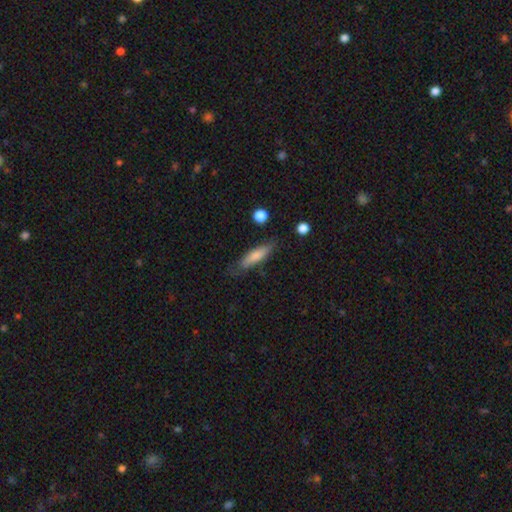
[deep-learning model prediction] Morphology: type=smooth (74%); roundness=cigar-shaped (69%); merging=none (72%).